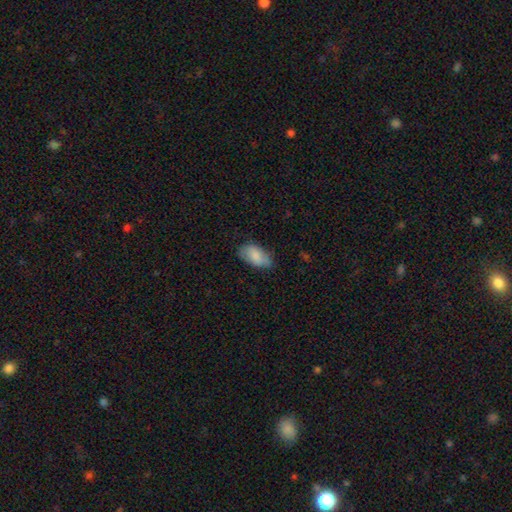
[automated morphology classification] Overall: smooth (84%). How rounded: in between (94%). Merging: none (66%; minor disturbance 27%).